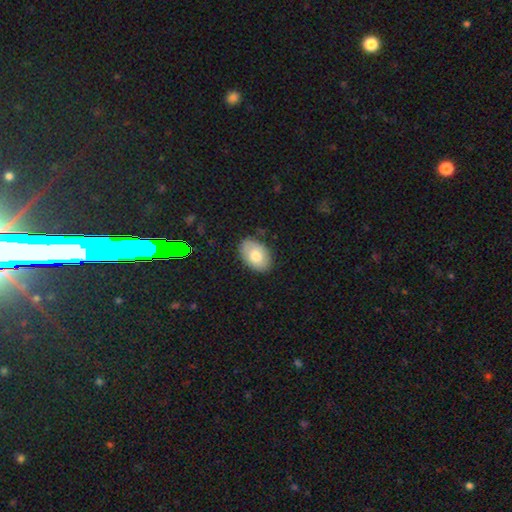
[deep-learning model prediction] A smooth galaxy with no disk features (75%) that is in between round and cigar-shaped (86%). Merging: none (84%).